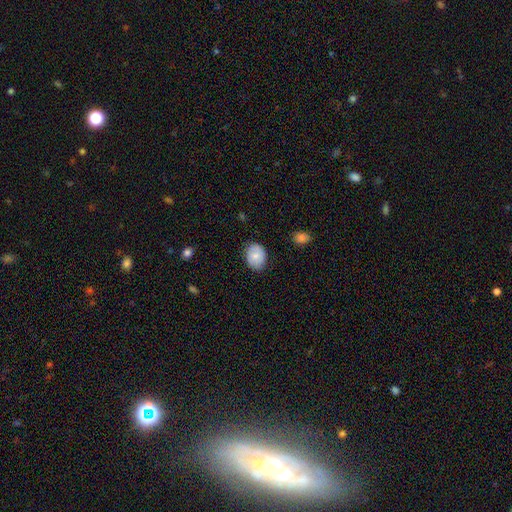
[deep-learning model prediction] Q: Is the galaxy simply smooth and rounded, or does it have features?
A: smooth — 71%.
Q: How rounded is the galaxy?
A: in between — 61%.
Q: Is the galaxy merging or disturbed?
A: none — 80%.